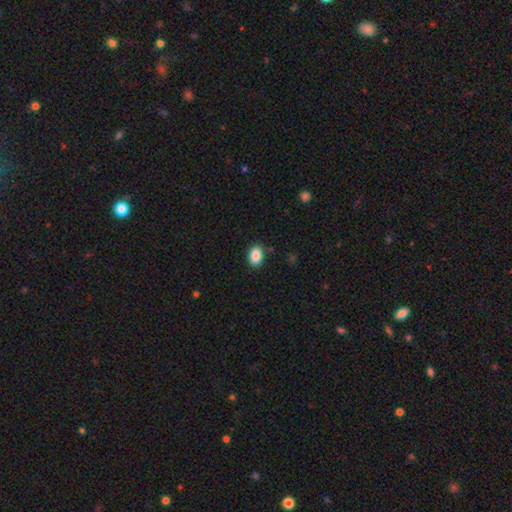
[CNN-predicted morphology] Q: Smooth or featured?
A: smooth (89%); runner-up: star or artifact (8%)
Q: How rounded?
A: in between (82%); runner-up: round (17%)
Q: Merging?
A: none (87%); runner-up: minor disturbance (9%)